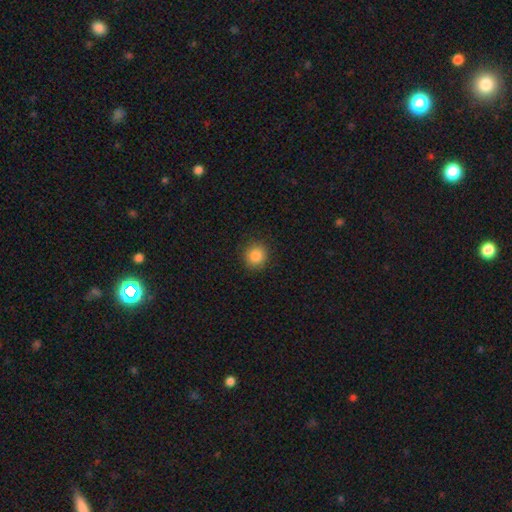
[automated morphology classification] type=smooth (86%); roundness=round (89%); merging=none (90%).